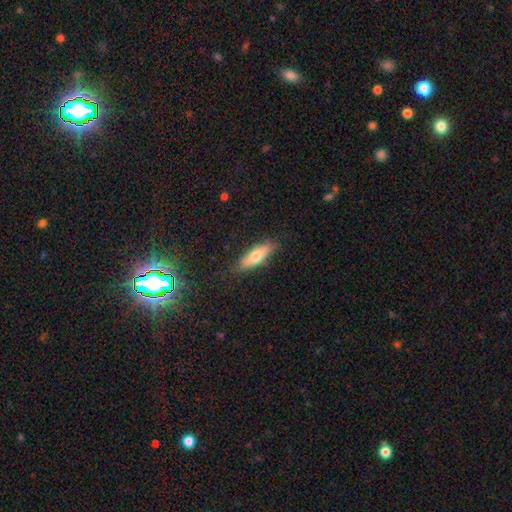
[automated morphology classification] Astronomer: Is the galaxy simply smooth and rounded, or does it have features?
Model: smooth — 65%.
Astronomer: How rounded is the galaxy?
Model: in between — 53% (runner-up: cigar-shaped, 45%).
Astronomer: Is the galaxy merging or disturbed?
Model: none — 81%.